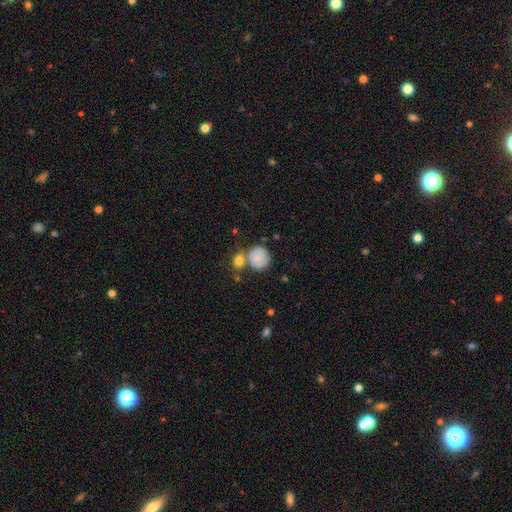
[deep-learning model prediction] Overall: smooth (55%; star or artifact 31%). How rounded: round (85%). Merging: none (63%).